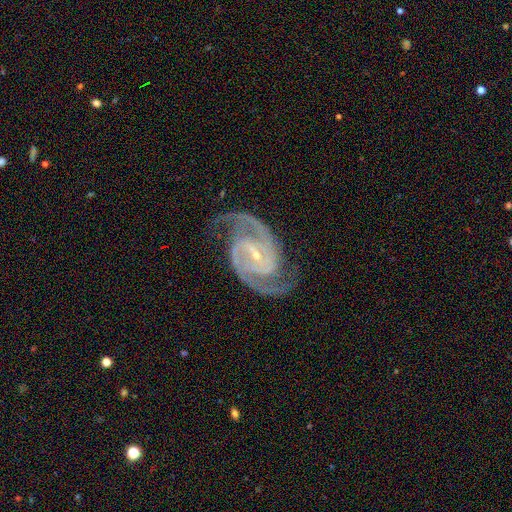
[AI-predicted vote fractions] Smooth or featured?
  - featured or disk: 94% *
  - star or artifact: 4%
  - smooth: 2%
Edge-on disk?
  - no: 98% *
  - yes: 2%
Bar?
  - weak: 40% *
  - strong: 36%
  - no: 24%
Spiral arms?
  - yes: 99% *
  - no: 1%
Spiral winding?
  - medium: 50% *
  - tight: 43%
  - loose: 7%
Spiral arm count?
  - 2: 91% *
  - 3: 3%
  - can't tell: 2%
  - 4: 1%
  - 1: 1%
  - more than 4: 1%
Bulge size?
  - small: 79% *
  - moderate: 16%
  - none: 3%
  - large: 1%
  - dominant: 1%
Merging?
  - none: 81% *
  - minor disturbance: 13%
  - major disturbance: 5%
  - merger: 1%